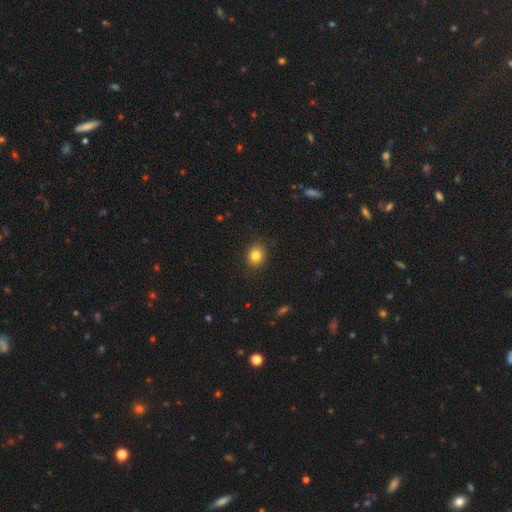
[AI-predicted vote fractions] A smooth galaxy with no disk features (82%) that is round (70%).

Vote fractions:
- Smooth or featured? smooth: 82% / star or artifact: 11% / featured or disk: 7%
- How rounded? round: 70% / in between: 30% / cigar-shaped: 1%
- Merging? none: 87% / minor disturbance: 9% / major disturbance: 2% / merger: 1%